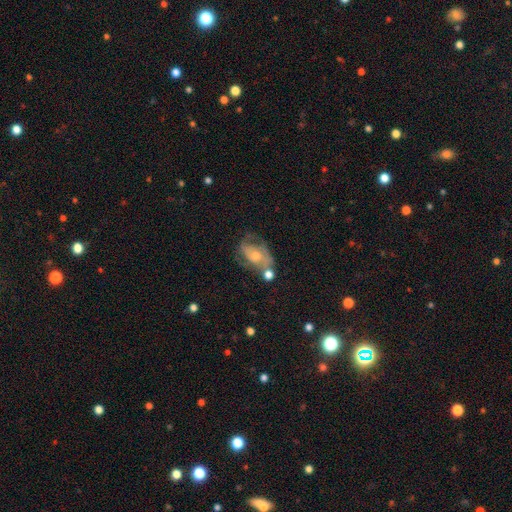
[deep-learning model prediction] Overall: featured or disk (59%; smooth 33%). Edge-on disk: no (95%). Bar: no (69%). Spiral arms: yes (67%; no 33%). Bulge size: small (43%; moderate 42%). Merging: none (36%; minor disturbance 25%).